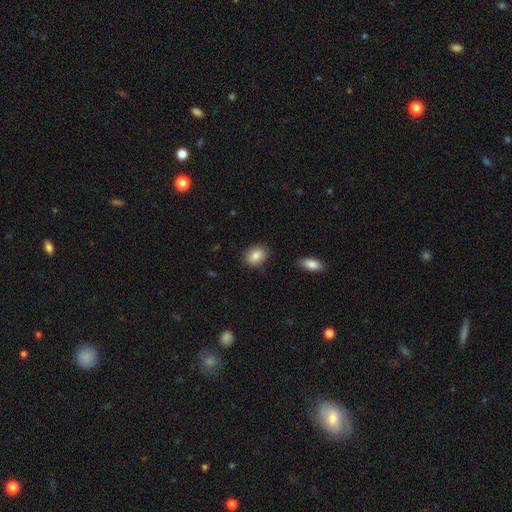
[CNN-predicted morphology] A smooth galaxy with no disk features (86%) that is in between round and cigar-shaped (61%).

Vote fractions:
- Smooth or featured? smooth: 86% / star or artifact: 7% / featured or disk: 6%
- How rounded? in between: 61% / round: 38% / cigar-shaped: 1%
- Merging? none: 87% / minor disturbance: 9% / major disturbance: 2% / merger: 2%